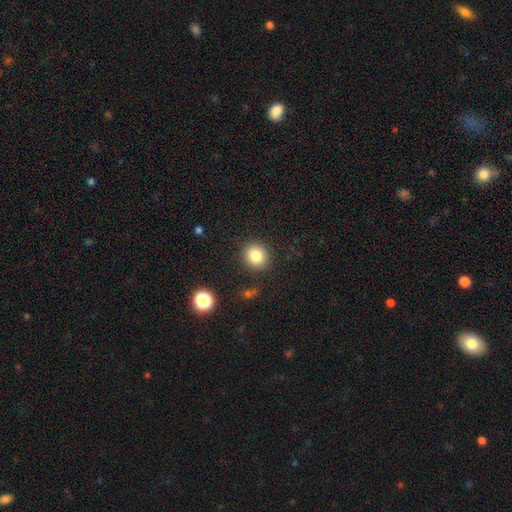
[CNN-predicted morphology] Q: Smooth or featured?
A: smooth (82%); runner-up: star or artifact (11%)
Q: How rounded?
A: round (85%); runner-up: in between (14%)
Q: Merging?
A: none (88%); runner-up: minor disturbance (7%)